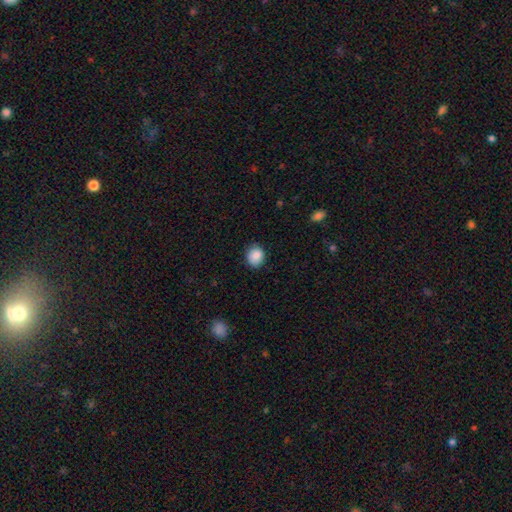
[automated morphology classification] smooth-or-featured: smooth: 87% | star or artifact: 8% | featured or disk: 5%
  how-rounded: round: 69% | in between: 31% | cigar-shaped: 1%
  merging: none: 82% | minor disturbance: 14% | major disturbance: 3% | merger: 1%